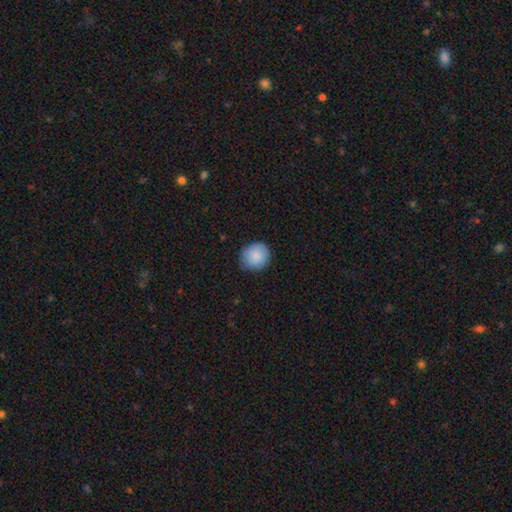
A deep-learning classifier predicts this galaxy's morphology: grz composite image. It shows a smooth galaxy with no disk features (87%) that is round (82%). Merging: none (77%).